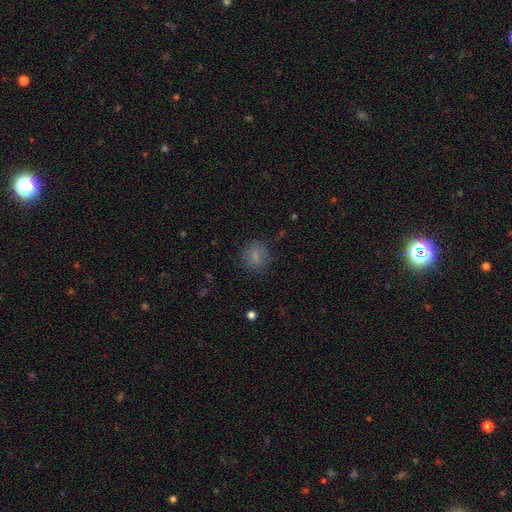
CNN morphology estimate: Smooth or featured?
  - smooth: 76% *
  - featured or disk: 12%
  - star or artifact: 11%
How rounded?
  - round: 71% *
  - in between: 27%
  - cigar-shaped: 1%
Merging?
  - none: 78% *
  - minor disturbance: 15%
  - major disturbance: 6%
  - merger: 1%